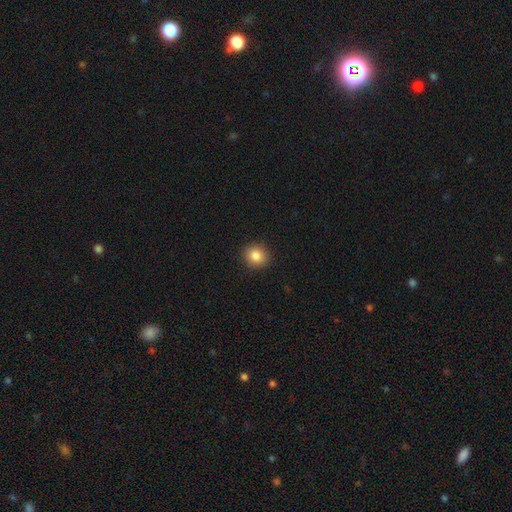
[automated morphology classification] A smooth galaxy with no disk features (85%) that is round (84%).

Vote fractions:
- Smooth or featured? smooth: 85% / star or artifact: 10% / featured or disk: 5%
- How rounded? round: 84% / in between: 15% / cigar-shaped: 1%
- Merging? none: 91% / minor disturbance: 6% / major disturbance: 2% / merger: 1%